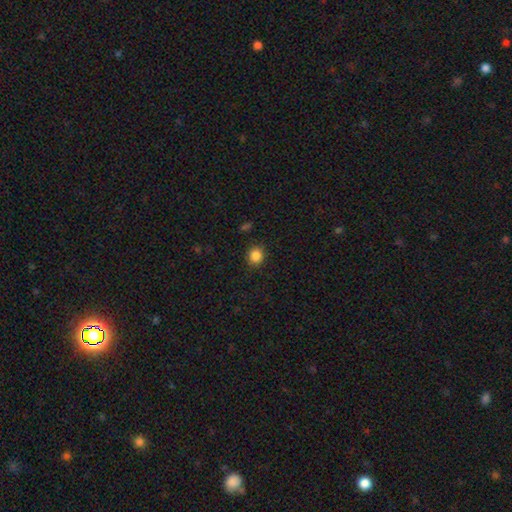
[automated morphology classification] Smooth or featured? Predicted: smooth (p=0.86). How rounded? Predicted: round (p=0.84). Merging? Predicted: none (p=0.88).